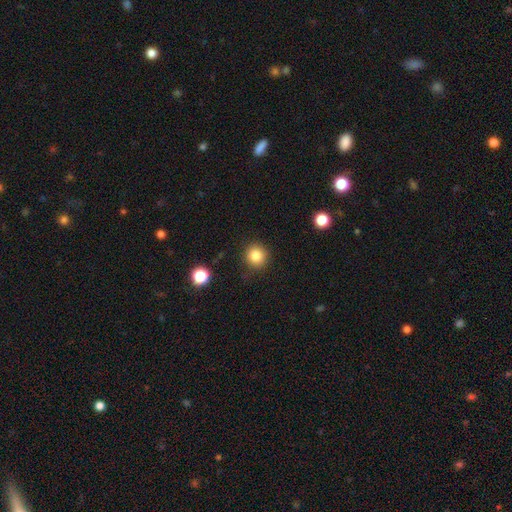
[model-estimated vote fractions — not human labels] Q: Smooth or featured?
A: smooth (84%); runner-up: star or artifact (11%)
Q: How rounded?
A: round (91%); runner-up: in between (8%)
Q: Merging?
A: none (87%); runner-up: minor disturbance (9%)